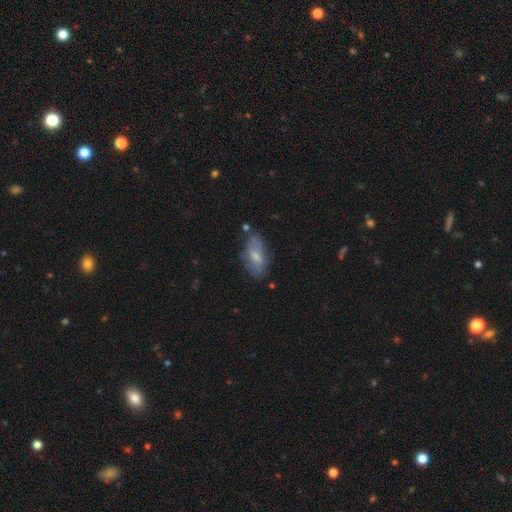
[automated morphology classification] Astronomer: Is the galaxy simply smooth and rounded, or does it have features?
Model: smooth — 61%.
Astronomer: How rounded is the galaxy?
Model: in between — 86%.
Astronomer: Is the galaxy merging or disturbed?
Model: none — 65%.